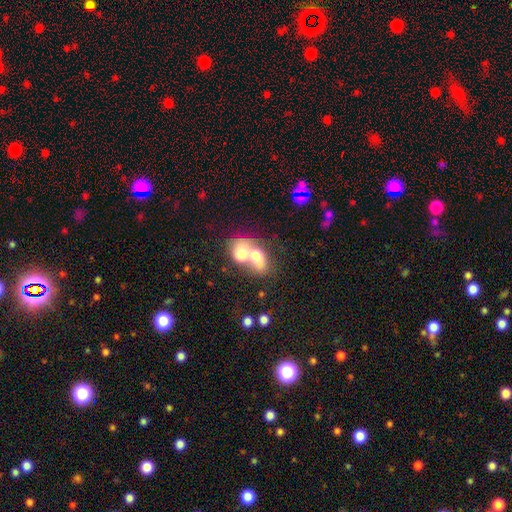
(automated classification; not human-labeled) Morphology: type=smooth (65%); roundness=in between (64%); merging=merger (81%).